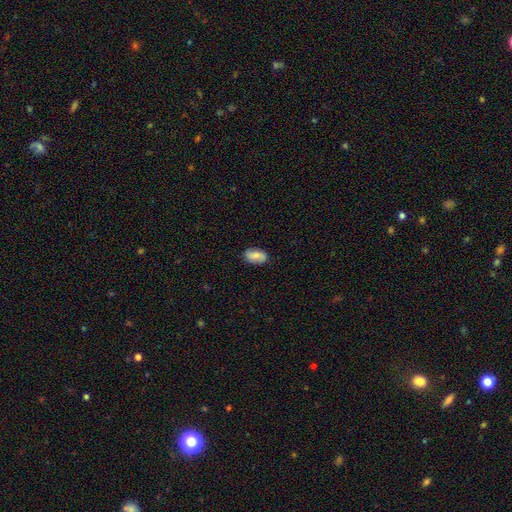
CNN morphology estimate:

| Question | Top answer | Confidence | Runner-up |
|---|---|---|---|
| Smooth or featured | smooth | 71% | featured or disk (22%) |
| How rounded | in between | 92% | round (5%) |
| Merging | none | 85% | minor disturbance (12%) |